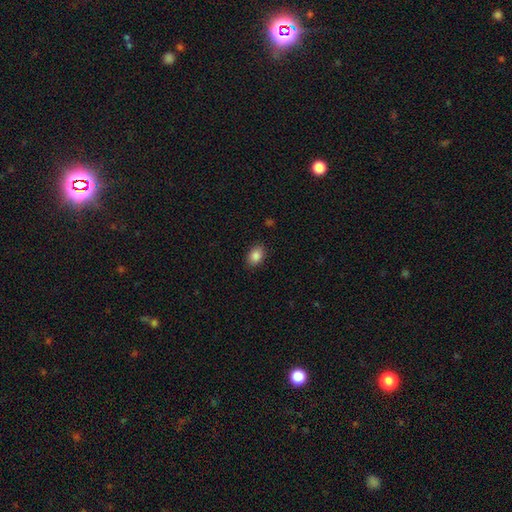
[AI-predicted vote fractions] The model was most divided on "how rounded": in between: 79%, round: 20%, cigar-shaped: 1%. More confident: smooth or featured — smooth (87%); merging — none (87%).